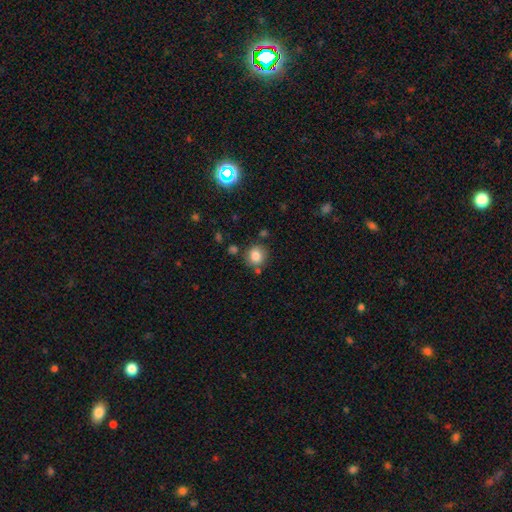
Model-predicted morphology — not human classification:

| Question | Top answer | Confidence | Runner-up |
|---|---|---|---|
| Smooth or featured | smooth | 82% | star or artifact (11%) |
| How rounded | round | 85% | in between (14%) |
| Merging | none | 78% | minor disturbance (12%) |